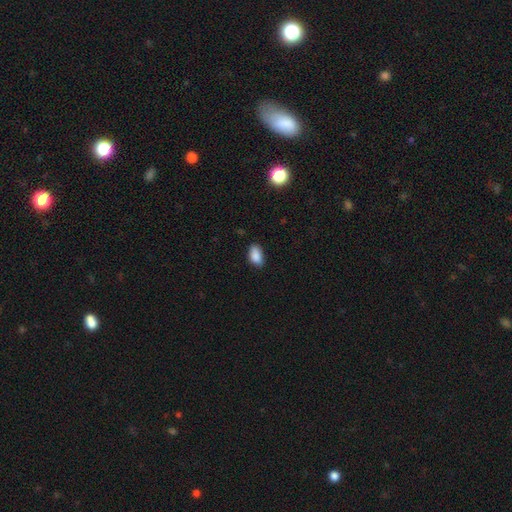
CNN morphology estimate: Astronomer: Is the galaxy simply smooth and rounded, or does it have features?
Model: smooth — 88%.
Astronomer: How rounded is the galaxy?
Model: in between — 92%.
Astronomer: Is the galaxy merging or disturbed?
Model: none — 80%.